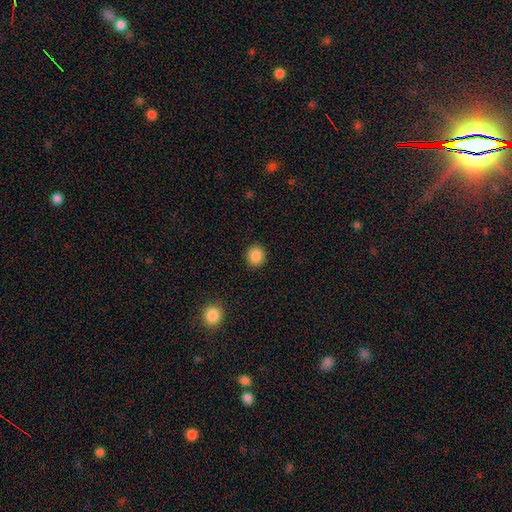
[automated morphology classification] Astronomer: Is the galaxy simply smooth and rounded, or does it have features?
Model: smooth — 87%.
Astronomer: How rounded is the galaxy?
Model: round — 85%.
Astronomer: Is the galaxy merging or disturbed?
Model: none — 91%.